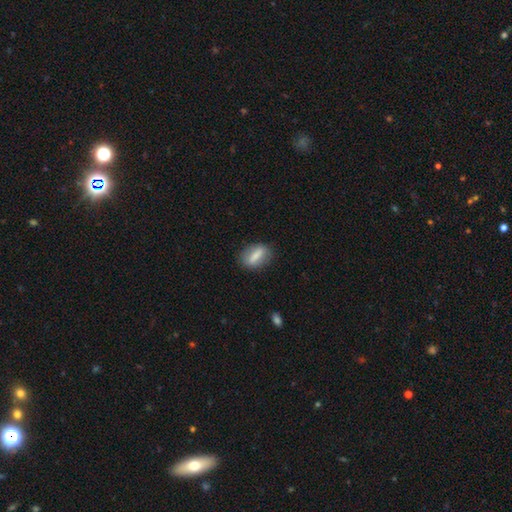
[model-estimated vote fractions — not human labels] Smooth or featured: smooth — 69% (featured or disk — 23%)
How rounded: in between — 67% (cigar-shaped — 23%)
Merging: none — 82% (minor disturbance — 12%)